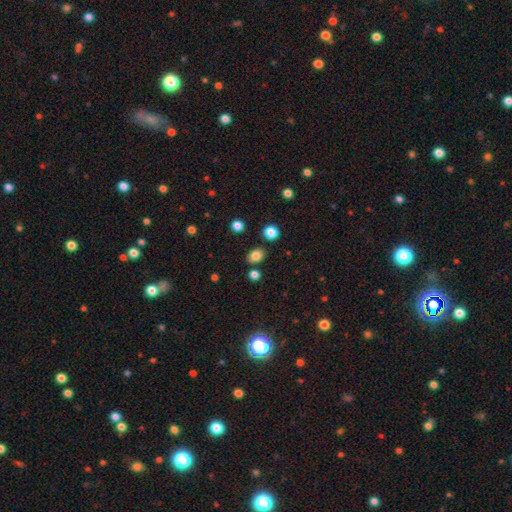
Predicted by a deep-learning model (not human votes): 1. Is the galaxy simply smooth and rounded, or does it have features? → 82% smooth, 12% star or artifact, 6% featured or disk.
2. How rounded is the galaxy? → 63% in between, 36% round, 1% cigar-shaped.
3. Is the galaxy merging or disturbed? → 82% none, 9% minor disturbance, 6% merger, 3% major disturbance.